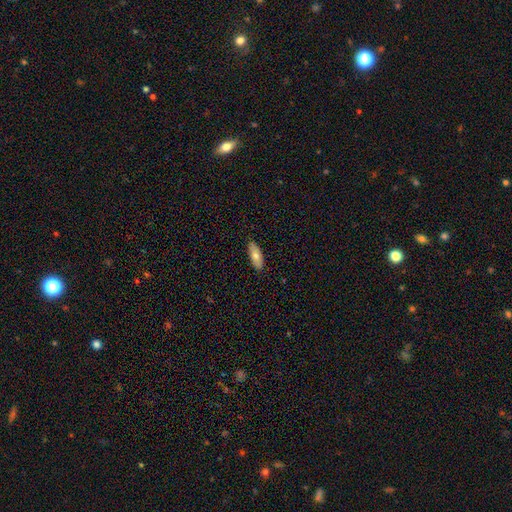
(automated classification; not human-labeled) Q: Smooth or featured?
A: smooth (74%); runner-up: featured or disk (20%)
Q: How rounded?
A: in between (72%); runner-up: cigar-shaped (26%)
Q: Merging?
A: none (89%); runner-up: minor disturbance (9%)